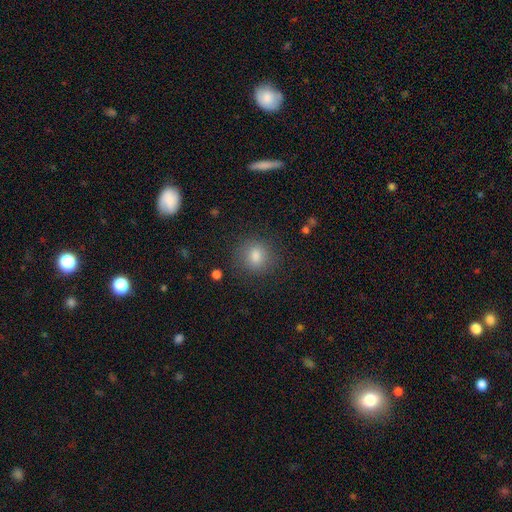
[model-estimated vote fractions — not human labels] This is likely a smooth galaxy (80%). How rounded: likely round (79%). Merging: clearly none (85%).